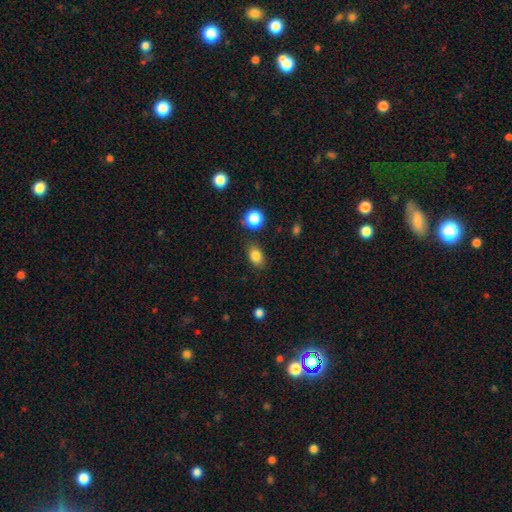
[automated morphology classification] This is clearly a smooth galaxy (84%). How rounded: likely in between (74%). Merging: clearly none (83%).